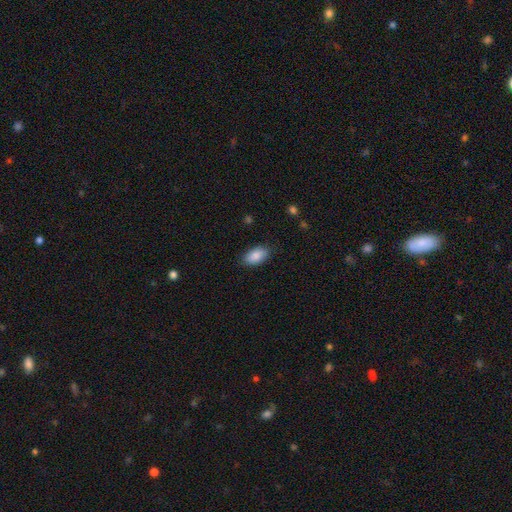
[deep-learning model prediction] This appears to be a smooth galaxy with no disk features (87%) that is in between round and cigar-shaped (94%). Merging: none (84%).